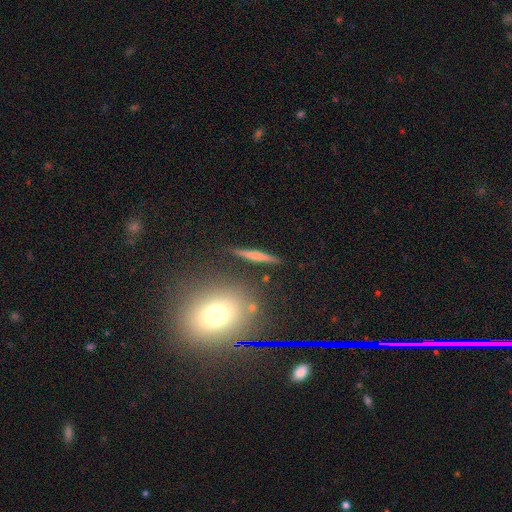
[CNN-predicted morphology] This is possibly a smooth galaxy (52%). How rounded: clearly cigar-shaped (91%). Merging: clearly none (84%).